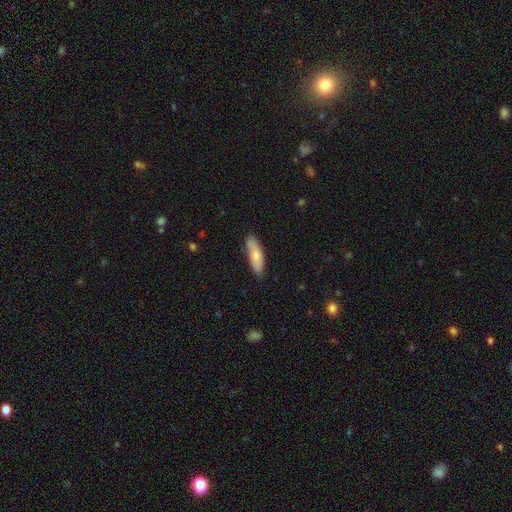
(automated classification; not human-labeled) This appears to be a smooth galaxy with no disk features (74%) that is in between round and cigar-shaped (59%). Merging: none (77%).